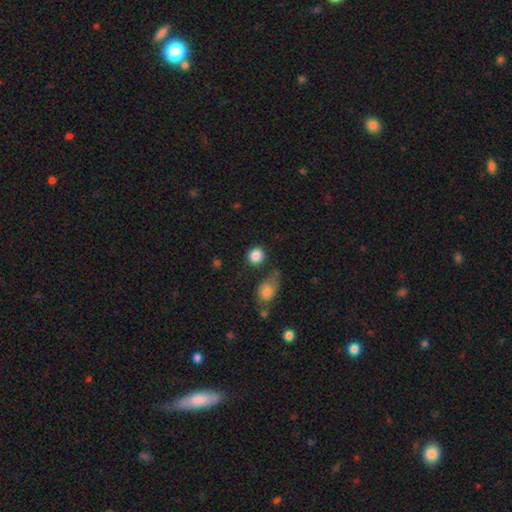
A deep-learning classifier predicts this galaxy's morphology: Smooth or featured?
  - smooth: 86% *
  - star or artifact: 9%
  - featured or disk: 5%
How rounded?
  - round: 86% *
  - in between: 12%
  - cigar-shaped: 1%
Merging?
  - none: 73% *
  - minor disturbance: 11%
  - merger: 10%
  - major disturbance: 6%